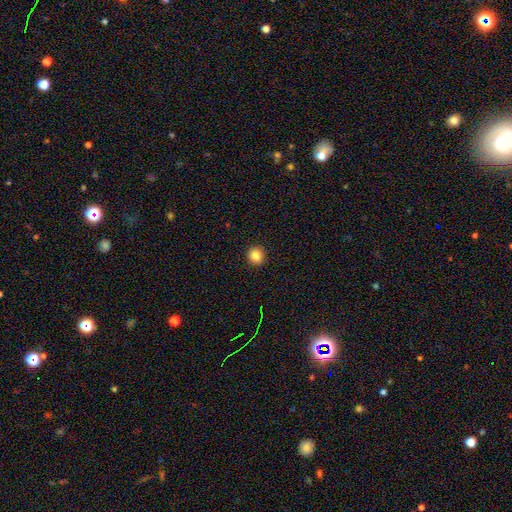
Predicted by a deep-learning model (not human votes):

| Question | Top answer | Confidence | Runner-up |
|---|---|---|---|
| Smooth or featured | smooth | 85% | star or artifact (10%) |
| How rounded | round | 90% | in between (10%) |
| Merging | none | 93% | minor disturbance (5%) |